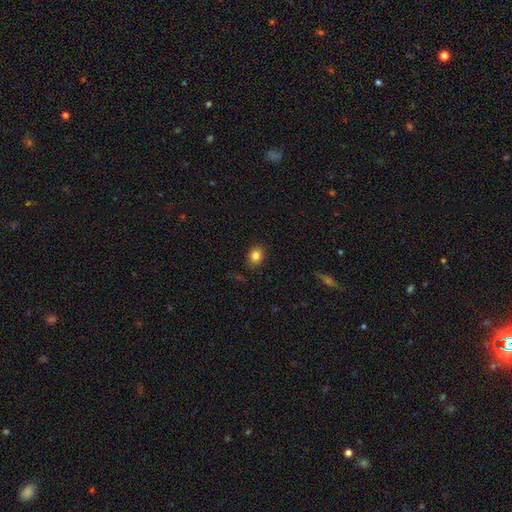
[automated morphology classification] Smooth or featured: smooth — 83% (star or artifact — 11%)
How rounded: round — 50% (in between — 49%)
Merging: none — 87% (minor disturbance — 10%)